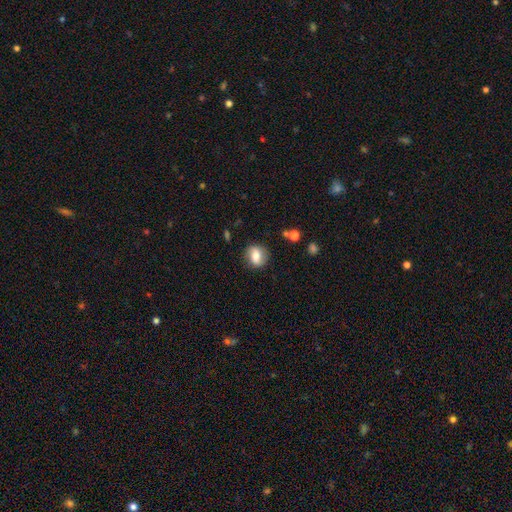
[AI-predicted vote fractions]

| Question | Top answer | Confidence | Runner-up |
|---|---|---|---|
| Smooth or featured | smooth | 63% | featured or disk (28%) |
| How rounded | round | 67% | in between (31%) |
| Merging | none | 82% | minor disturbance (12%) |